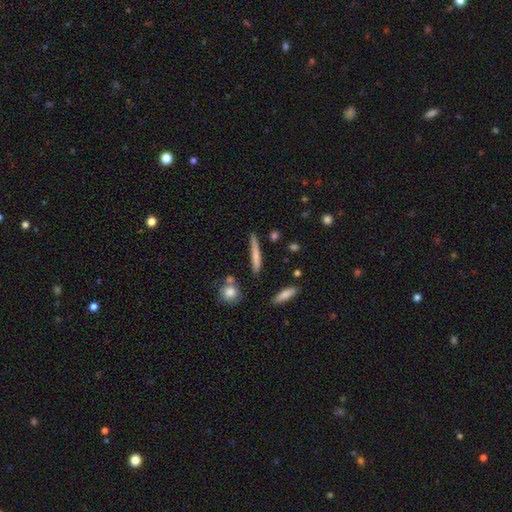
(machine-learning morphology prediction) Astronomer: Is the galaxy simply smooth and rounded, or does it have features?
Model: smooth — 64%.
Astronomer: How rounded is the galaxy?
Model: cigar-shaped — 92%.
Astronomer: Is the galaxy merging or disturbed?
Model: none — 77%.